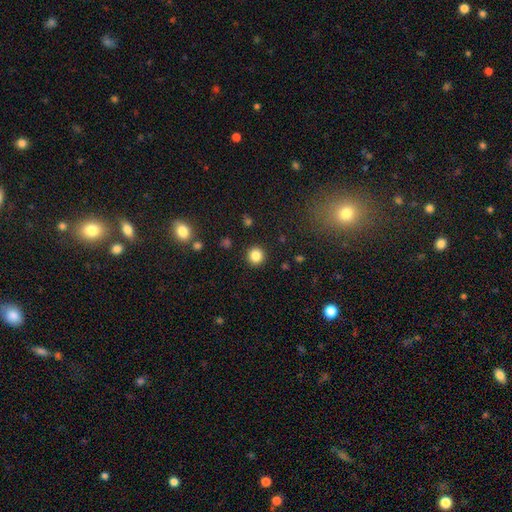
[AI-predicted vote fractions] A smooth galaxy with no disk features (85%) that is round (94%).

Vote fractions:
- Smooth or featured? smooth: 85% / star or artifact: 11% / featured or disk: 4%
- How rounded? round: 94% / in between: 5% / cigar-shaped: 1%
- Merging? none: 91% / minor disturbance: 5% / major disturbance: 2% / merger: 1%